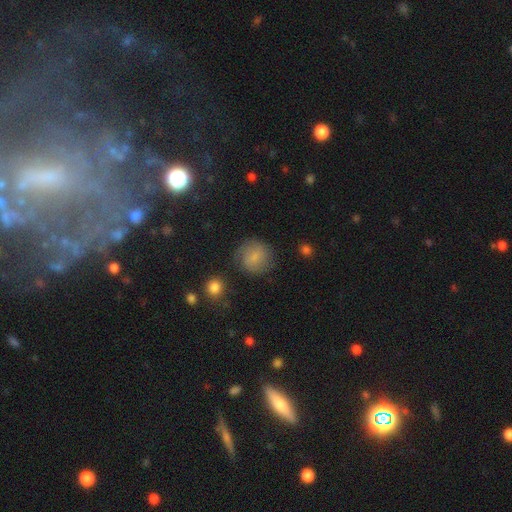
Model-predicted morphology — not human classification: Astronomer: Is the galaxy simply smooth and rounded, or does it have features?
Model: smooth — 69%.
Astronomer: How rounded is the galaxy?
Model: round — 89%.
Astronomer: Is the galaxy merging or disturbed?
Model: none — 77%.